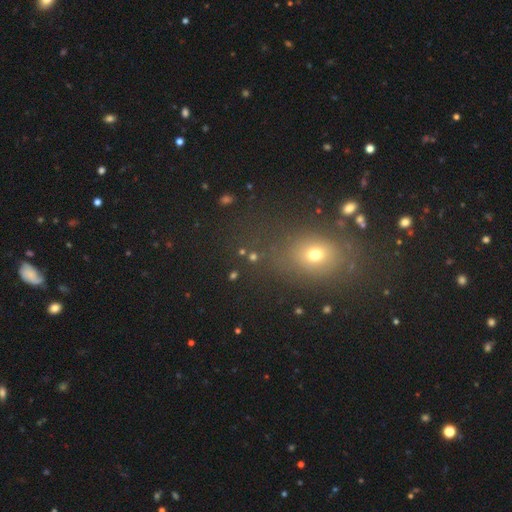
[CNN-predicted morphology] smooth_or_featured: smooth (p=0.54) [alt: star or artifact p=0.34]
how_rounded: in between (p=0.50) [alt: round p=0.47]
merging: none (p=0.78) [alt: minor disturbance p=0.11]